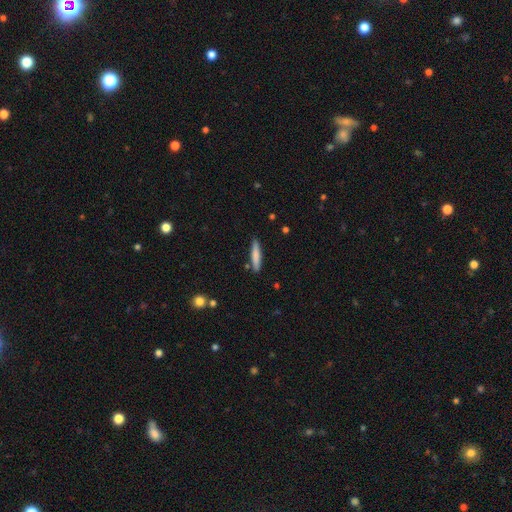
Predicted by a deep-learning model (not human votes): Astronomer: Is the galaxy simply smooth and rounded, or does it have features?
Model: smooth — 75%.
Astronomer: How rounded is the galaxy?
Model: cigar-shaped — 90%.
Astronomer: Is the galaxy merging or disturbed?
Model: none — 87%.